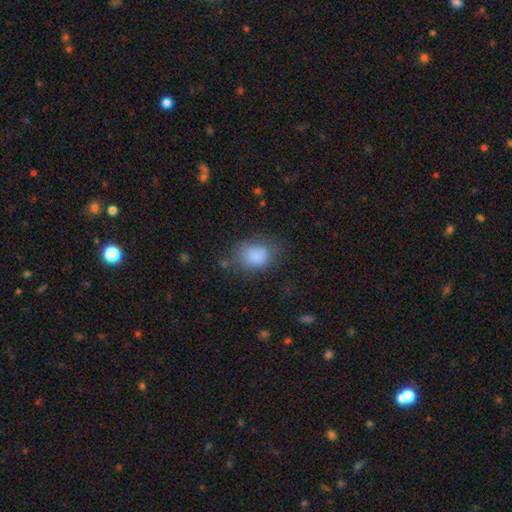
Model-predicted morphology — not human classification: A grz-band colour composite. It shows a smooth galaxy with no disk features (84%) that is in between round and cigar-shaped (56%). Merging: none (63%).